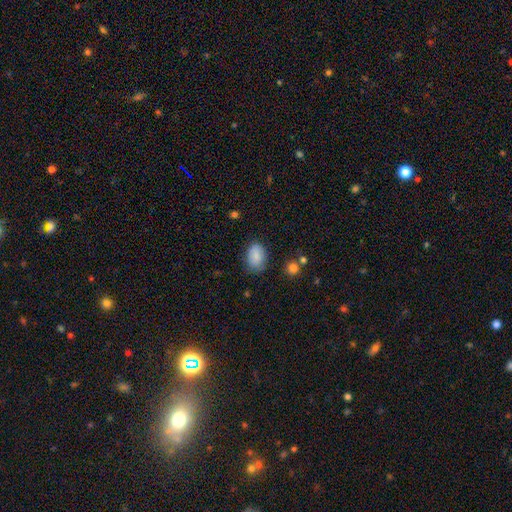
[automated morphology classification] smooth 86%, star or artifact 8%, featured or disk 6%. Down the decision tree: how rounded — in between (84%); merging — none (74%).